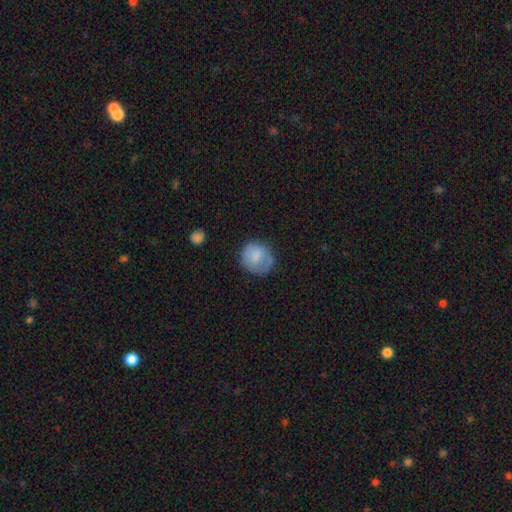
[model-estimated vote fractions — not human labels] smooth 77%, featured or disk 16%, star or artifact 7%. Down the decision tree: how rounded — round (82%); merging — none (61%).